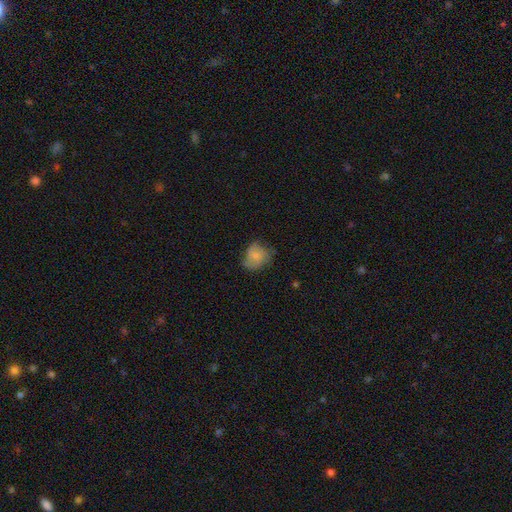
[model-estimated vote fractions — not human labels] Smooth or featured: smooth — 65% (featured or disk — 26%)
How rounded: round — 53% (in between — 46%)
Merging: none — 51% (minor disturbance — 33%)